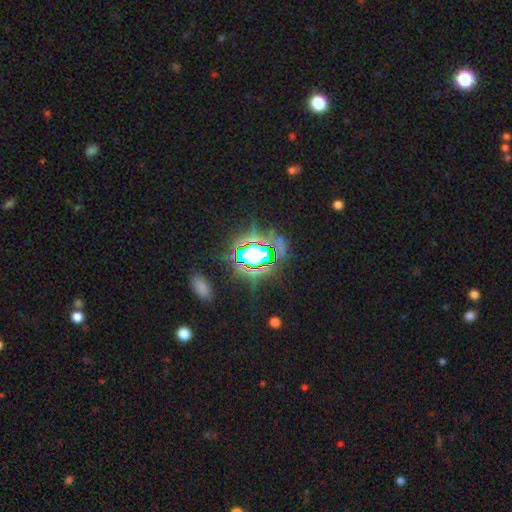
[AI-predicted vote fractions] smooth_or_featured: star or artifact (p=0.76) [alt: smooth p=0.13]